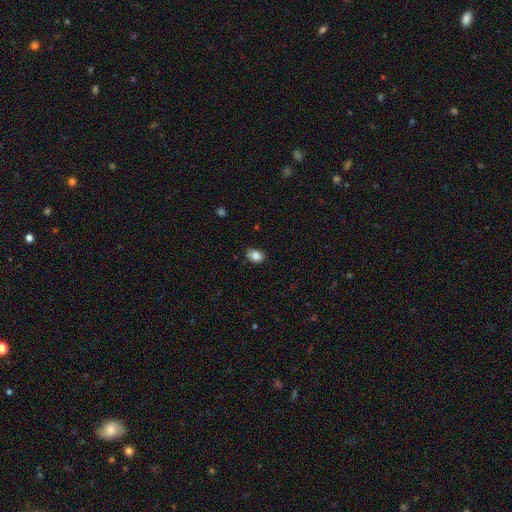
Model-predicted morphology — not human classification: A smooth galaxy with no disk features (85%) that is in between round and cigar-shaped (78%). Merging: none (76%).